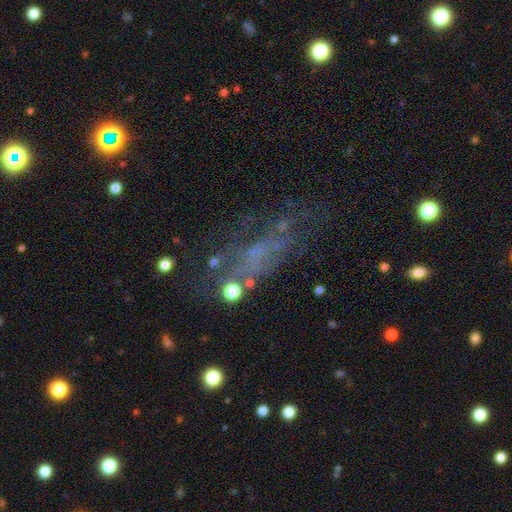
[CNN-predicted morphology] This is marginally a featured or disk galaxy (42%). Merging: possibly none (47%).